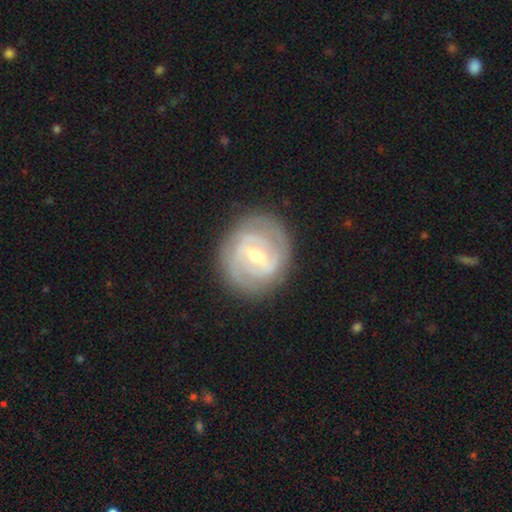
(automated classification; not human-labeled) This is clearly a featured or disk galaxy (83%). It is clearly not viewed edge-on (97%). Bar: possibly weak (49%). Spiral arm pattern: clearly yes (88%). Spiral arm count: marginally 2 (45%). Spiral winding: likely tight (65%). Central bulge: possibly moderate (49%). Merging: clearly none (81%).